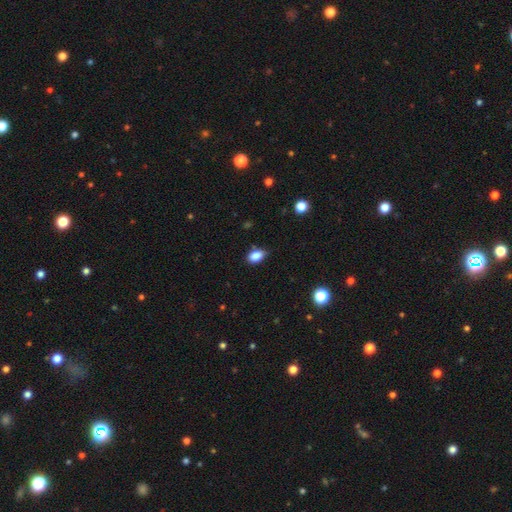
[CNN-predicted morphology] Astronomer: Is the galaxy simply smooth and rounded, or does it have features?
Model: smooth — 85%.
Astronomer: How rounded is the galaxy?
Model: in between — 86%.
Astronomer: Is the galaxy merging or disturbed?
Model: none — 75%.